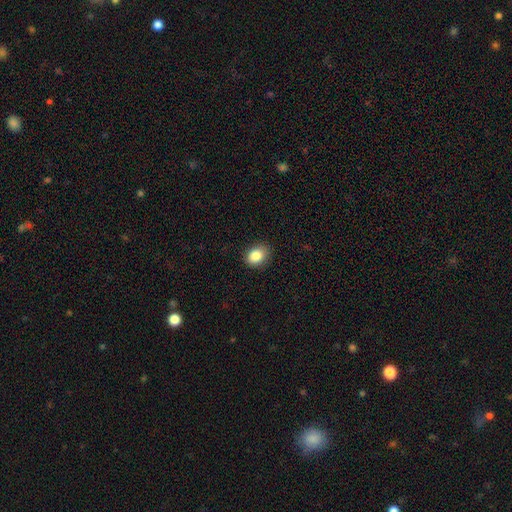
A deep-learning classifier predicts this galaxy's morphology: Q: Smooth or featured?
A: smooth (85%); runner-up: star or artifact (9%)
Q: How rounded?
A: in between (57%); runner-up: round (42%)
Q: Merging?
A: none (87%); runner-up: minor disturbance (10%)